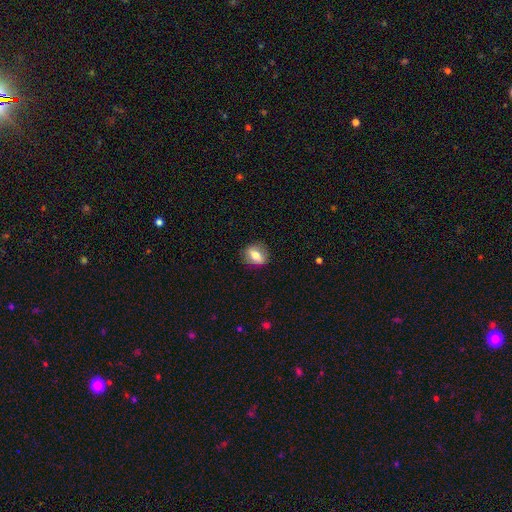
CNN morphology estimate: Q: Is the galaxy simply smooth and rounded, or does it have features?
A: smooth — 61%.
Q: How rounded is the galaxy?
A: in between — 61%.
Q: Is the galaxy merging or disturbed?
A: none — 84%.